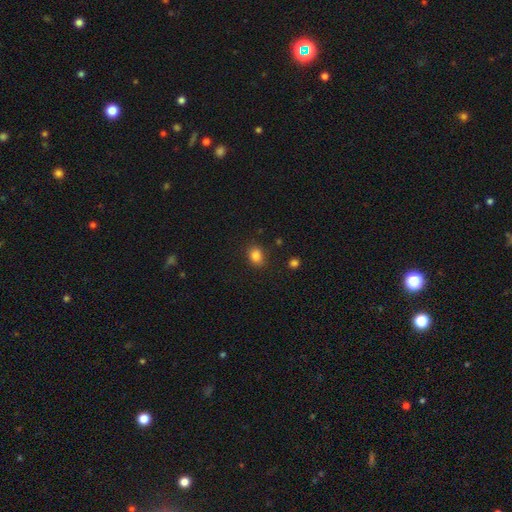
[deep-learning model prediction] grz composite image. It shows a smooth galaxy with no disk features (84%) that is in between round and cigar-shaped (54%). Merging: none (83%).